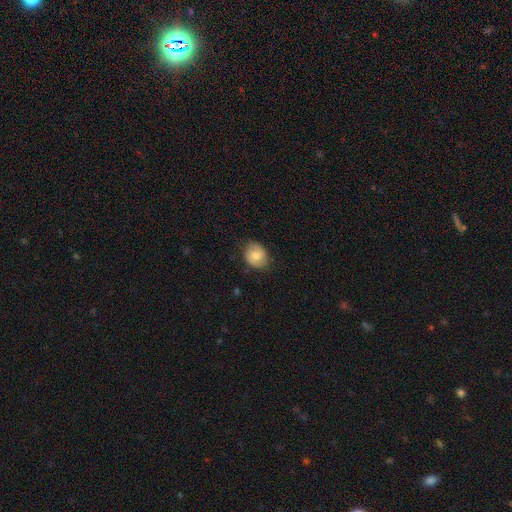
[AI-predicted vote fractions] Smooth or featured? smooth (77%)
How rounded? round (55%)
Merging? none (78%)